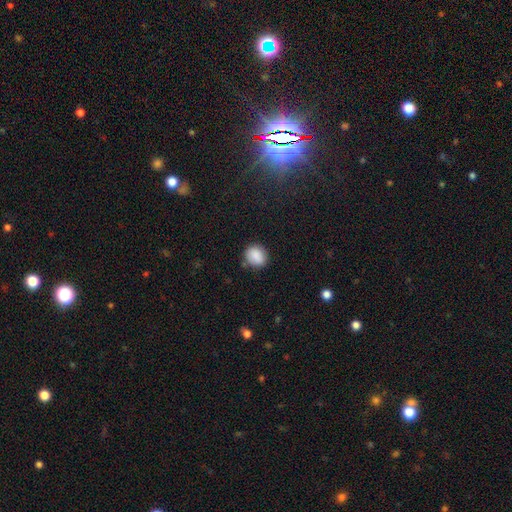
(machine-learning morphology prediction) This appears to be a smooth galaxy with no disk features (87%) that is round (73%). Merging: none (82%).